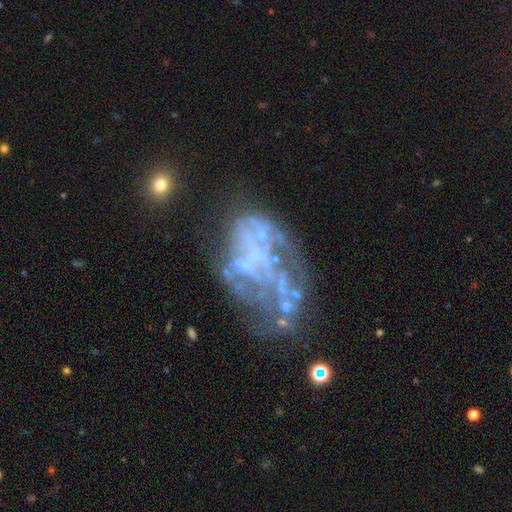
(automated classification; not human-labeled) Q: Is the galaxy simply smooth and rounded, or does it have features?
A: featured or disk — 71%.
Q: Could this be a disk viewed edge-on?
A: no — 98%.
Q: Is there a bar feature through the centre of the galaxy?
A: no — 89%.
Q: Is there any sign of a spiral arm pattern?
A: no — 82%.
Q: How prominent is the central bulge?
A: none — 74%.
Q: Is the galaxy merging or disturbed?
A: major disturbance — 37%.